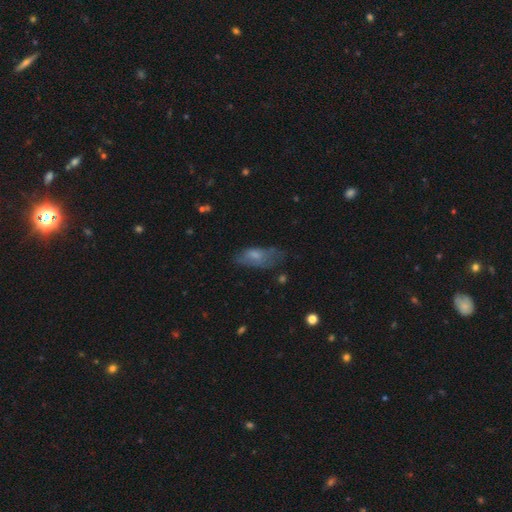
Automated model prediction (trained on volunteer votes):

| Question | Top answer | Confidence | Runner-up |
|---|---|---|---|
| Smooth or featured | smooth | 62% | featured or disk (29%) |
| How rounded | in between | 79% | cigar-shaped (18%) |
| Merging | none | 48% | minor disturbance (30%) |